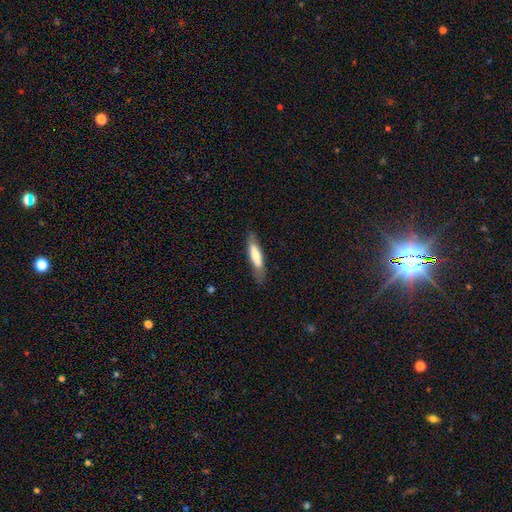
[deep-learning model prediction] This is likely a smooth galaxy (68%). How rounded: likely cigar-shaped (76%). Merging: likely none (75%).